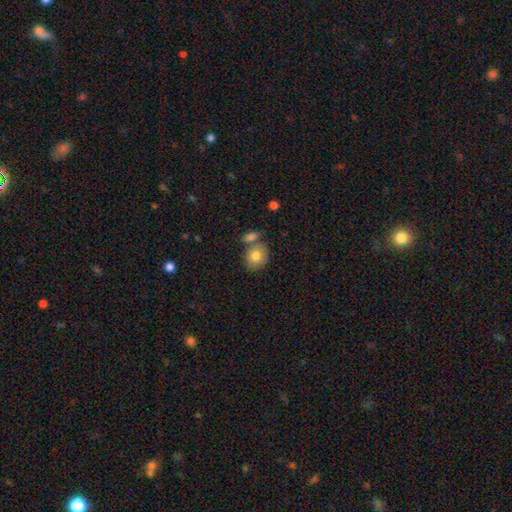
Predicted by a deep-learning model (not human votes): Q: Smooth or featured?
A: smooth (80%); runner-up: featured or disk (13%)
Q: How rounded?
A: round (59%); runner-up: in between (39%)
Q: Merging?
A: none (57%); runner-up: merger (26%)